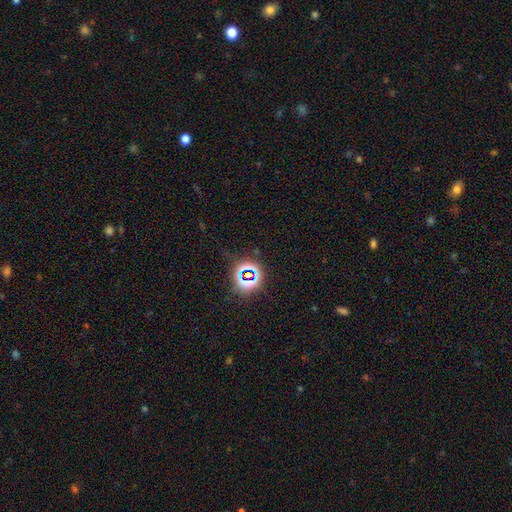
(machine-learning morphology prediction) Smooth or featured? star or artifact (76%)